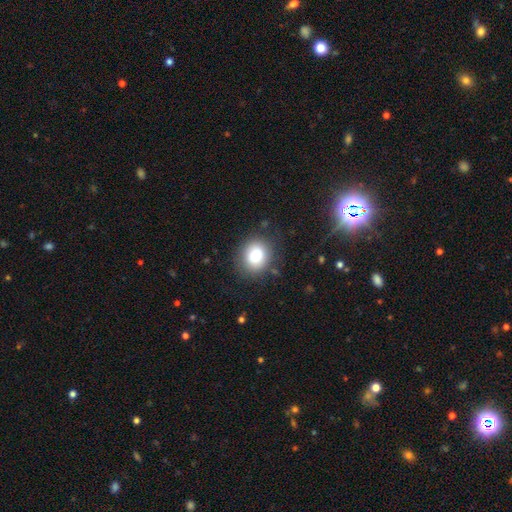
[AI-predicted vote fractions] Smooth or featured? Predicted: smooth (p=0.85). How rounded? Predicted: round (p=0.64). Merging? Predicted: none (p=0.81).